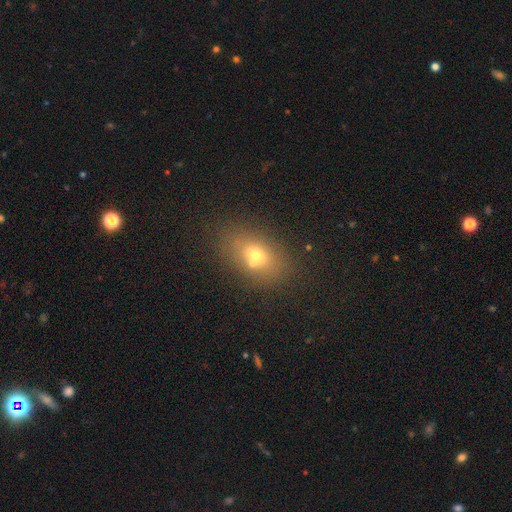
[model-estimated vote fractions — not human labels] Smooth or featured?
  - smooth: 62% *
  - featured or disk: 24%
  - star or artifact: 15%
How rounded?
  - in between: 75% *
  - round: 22%
  - cigar-shaped: 3%
Merging?
  - none: 56% *
  - merger: 28%
  - minor disturbance: 12%
  - major disturbance: 5%